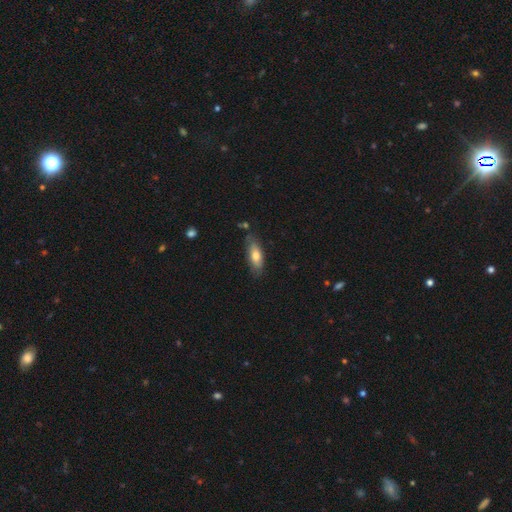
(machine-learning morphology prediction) Smooth or featured? smooth (70%)
How rounded? in between (69%)
Merging? none (75%)